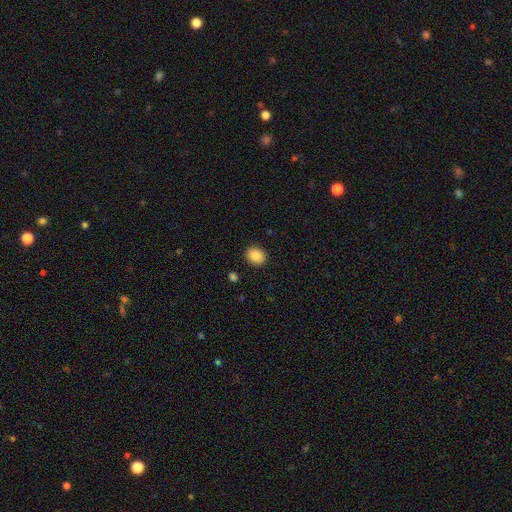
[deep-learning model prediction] This is clearly a smooth galaxy (87%). How rounded: possibly round (59%). Merging: clearly none (90%).